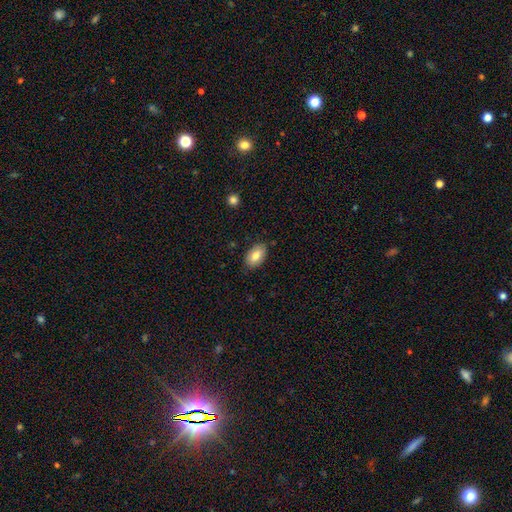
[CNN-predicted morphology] Q: Smooth or featured?
A: smooth (80%); runner-up: featured or disk (13%)
Q: How rounded?
A: in between (93%); runner-up: round (6%)
Q: Merging?
A: none (84%); runner-up: minor disturbance (12%)